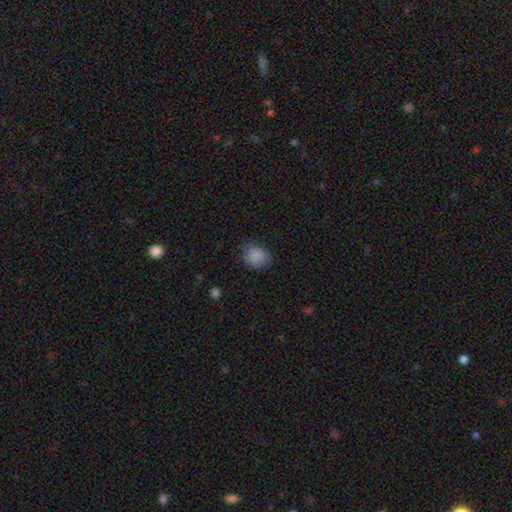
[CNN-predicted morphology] smooth-or-featured: smooth: 87% | star or artifact: 9% | featured or disk: 4%
  how-rounded: round: 60% | in between: 39% | cigar-shaped: 1%
  merging: none: 79% | minor disturbance: 16% | major disturbance: 4% | merger: 1%